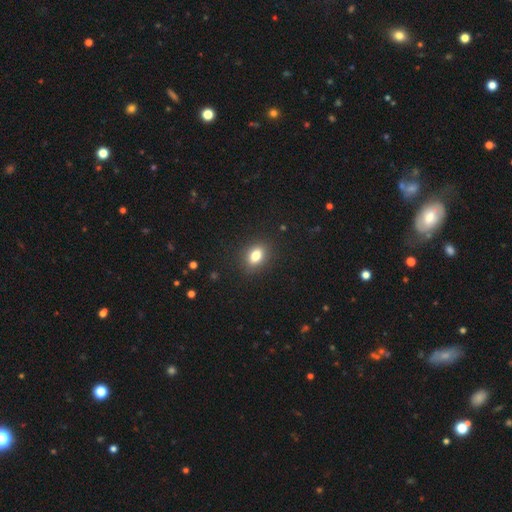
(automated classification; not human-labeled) smooth_or_featured: smooth (p=0.82) [alt: star or artifact p=0.10]
how_rounded: in between (p=0.77) [alt: round p=0.21]
merging: none (p=0.88) [alt: minor disturbance p=0.09]